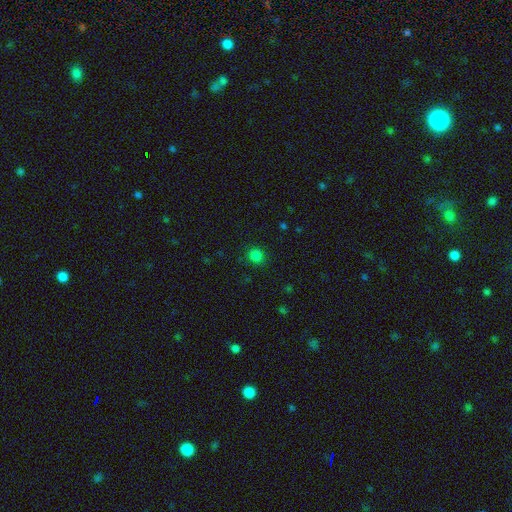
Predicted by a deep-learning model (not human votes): Smooth or featured?
  - smooth: 81% *
  - star or artifact: 15%
  - featured or disk: 3%
How rounded?
  - round: 88% *
  - in between: 11%
  - cigar-shaped: 1%
Merging?
  - none: 90% *
  - minor disturbance: 7%
  - major disturbance: 2%
  - merger: 1%